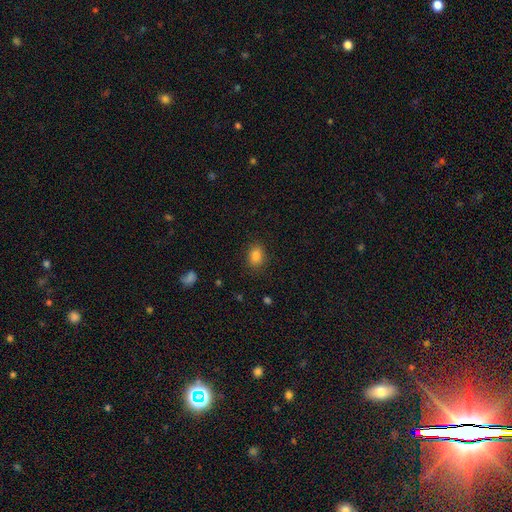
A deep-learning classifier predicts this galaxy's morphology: A smooth galaxy with no disk features (85%) that is in between round and cigar-shaped (70%). Merging: none (85%).